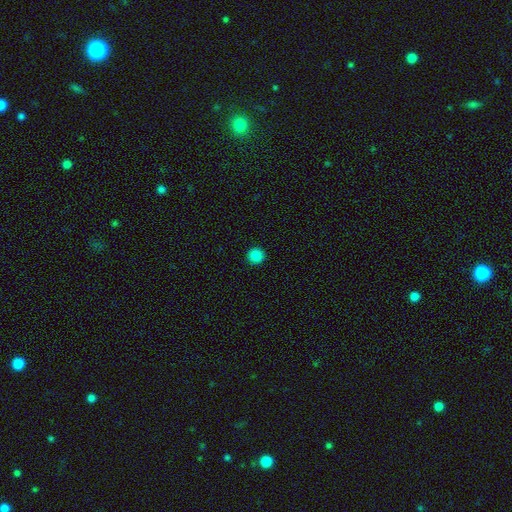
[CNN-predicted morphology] smooth_or_featured: smooth (p=0.86) [alt: star or artifact p=0.12]
how_rounded: round (p=0.95) [alt: in between p=0.04]
merging: none (p=0.93) [alt: minor disturbance p=0.04]